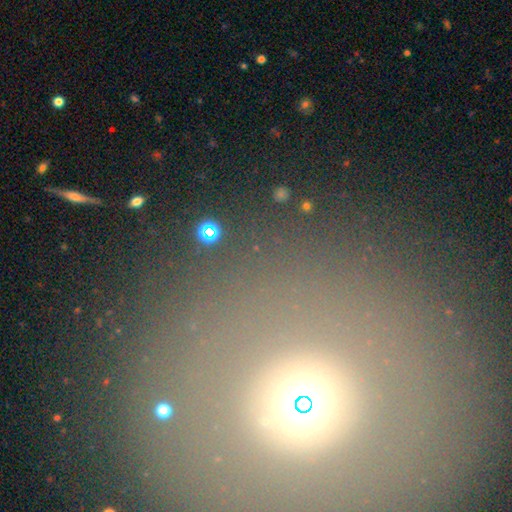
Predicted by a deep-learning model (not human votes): smooth_or_featured: star or artifact (p=0.47) [alt: smooth p=0.38]